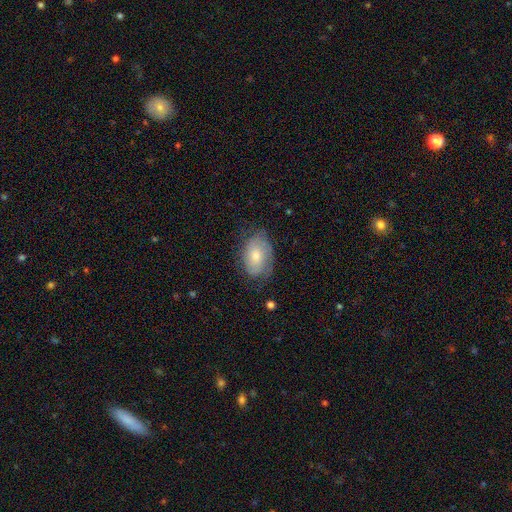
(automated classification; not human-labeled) This appears to be a featured or disk galaxy (53%) with no bar (73%), spiral arms (80%) and a moderate central bulge (58%). Merging: none (67%).